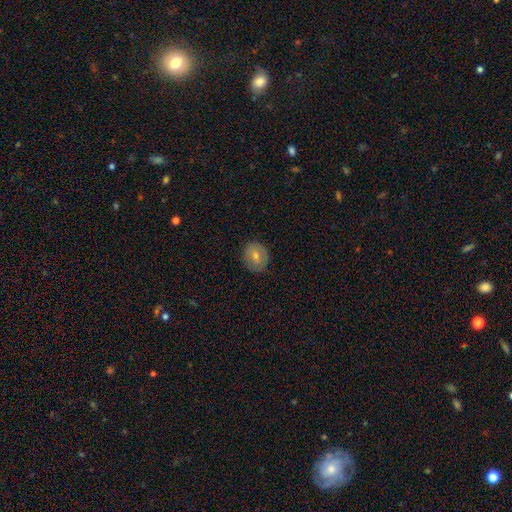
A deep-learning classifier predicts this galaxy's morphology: Smooth or featured?
  - smooth: 57% *
  - featured or disk: 33%
  - star or artifact: 10%
How rounded?
  - round: 79% *
  - in between: 20%
  - cigar-shaped: 1%
Merging?
  - none: 87% *
  - minor disturbance: 10%
  - major disturbance: 2%
  - merger: 1%